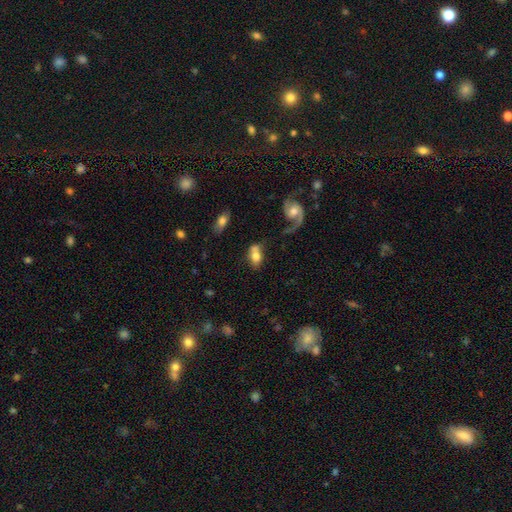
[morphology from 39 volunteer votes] Q: Smooth or featured?
A: smooth (74%); runner-up: featured or disk (23%)
Q: How rounded?
A: in between (59%); runner-up: round (34%)
Q: Merging?
A: none (50%); runner-up: merger (21%)